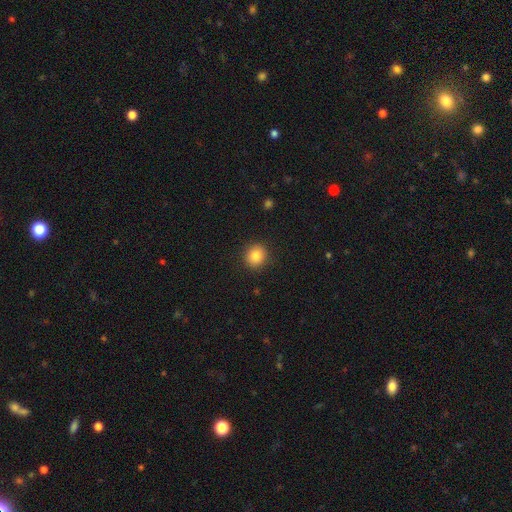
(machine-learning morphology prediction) smooth-or-featured: smooth: 83% | star or artifact: 10% | featured or disk: 6%
  how-rounded: round: 87% | in between: 12% | cigar-shaped: 1%
  merging: none: 91% | minor disturbance: 6% | major disturbance: 2% | merger: 1%